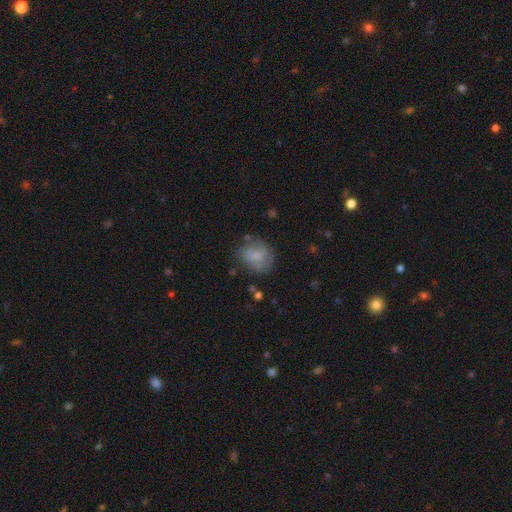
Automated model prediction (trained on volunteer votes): smooth 65%, featured or disk 25%, star or artifact 9%. Down the decision tree: how rounded — round (61%); merging — none (58%).